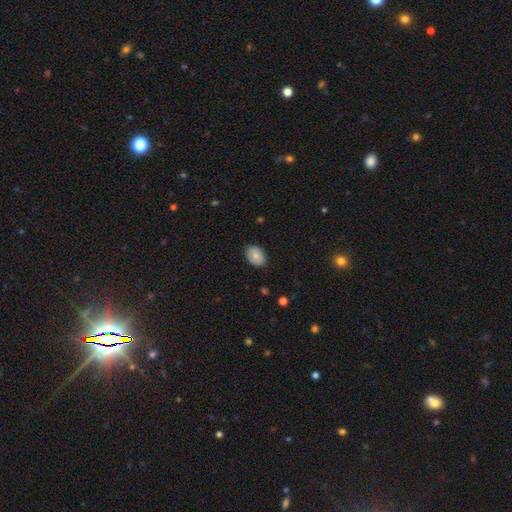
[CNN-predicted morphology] This is likely a smooth galaxy (77%). How rounded: clearly in between (81%). Merging: clearly none (82%).